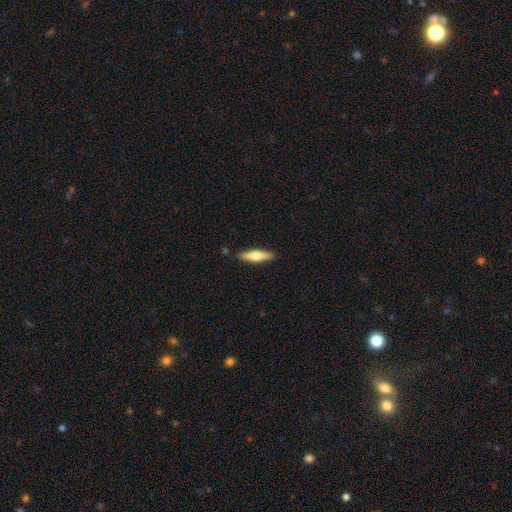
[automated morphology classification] The model was most divided on "smooth or featured": smooth: 50%, featured or disk: 44%, star or artifact: 5%. More confident: merging — none (88%); how rounded — cigar-shaped (74%).